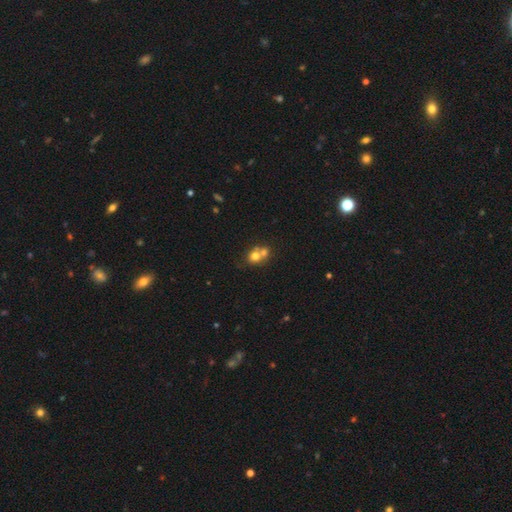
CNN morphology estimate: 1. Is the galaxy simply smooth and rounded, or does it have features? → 69% smooth, 18% featured or disk, 13% star or artifact.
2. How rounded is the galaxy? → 72% round, 27% in between, 1% cigar-shaped.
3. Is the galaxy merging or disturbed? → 57% merger, 33% none, 7% minor disturbance, 3% major disturbance.